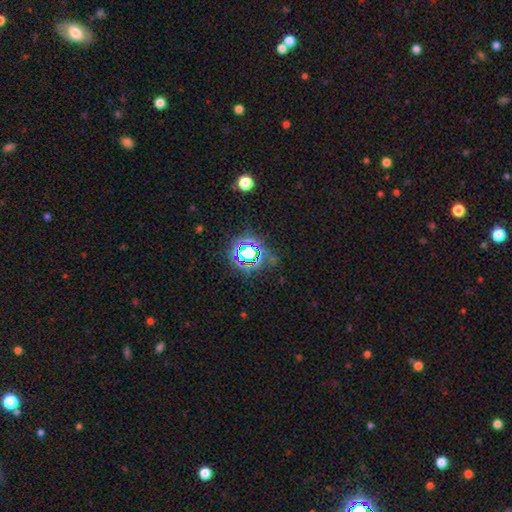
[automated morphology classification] Smooth or featured?
  - star or artifact: 75% *
  - smooth: 16%
  - featured or disk: 8%